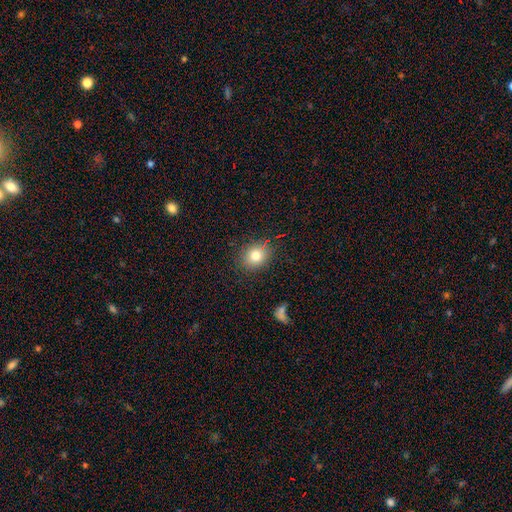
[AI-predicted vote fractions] The model was most divided on "how rounded": round: 65%, in between: 34%, cigar-shaped: 1%. More confident: merging — none (85%); smooth or featured — smooth (79%).